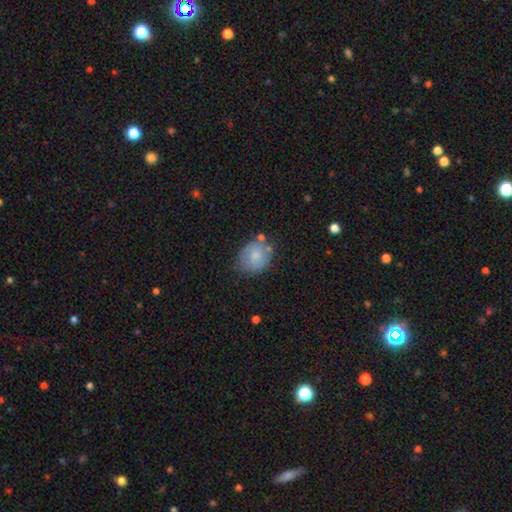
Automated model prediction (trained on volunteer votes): This appears to be a smooth galaxy with no disk features (68%) that is round (53%). Merging: none (60%).